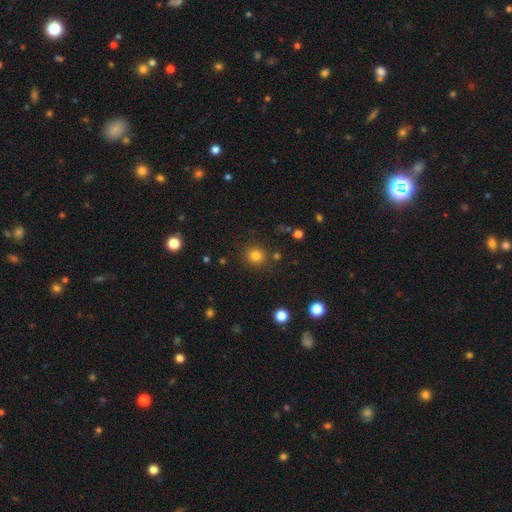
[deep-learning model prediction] Q: Smooth or featured?
A: smooth (79%); runner-up: star or artifact (14%)
Q: How rounded?
A: round (89%); runner-up: in between (10%)
Q: Merging?
A: none (85%); runner-up: minor disturbance (8%)